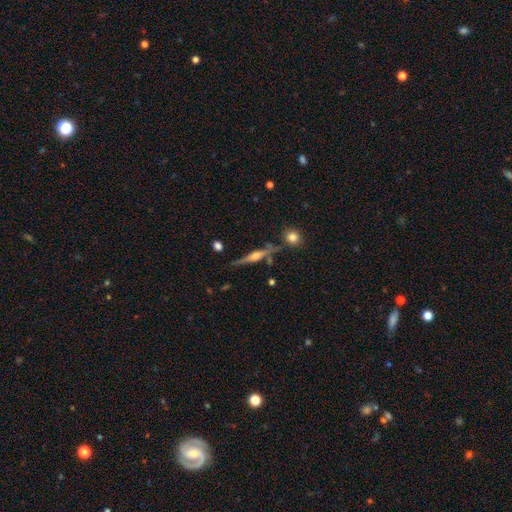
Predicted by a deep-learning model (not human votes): Morphology: type=featured or disk (73%); edge-on=yes (96%); edge-on bulge=rounded (84%); merging=none (73%).